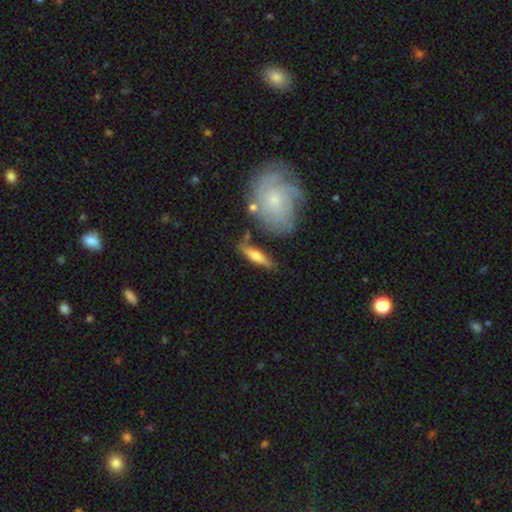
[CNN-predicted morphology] Smooth or featured? Predicted: smooth (p=0.49). Merging? Predicted: none (p=0.72).